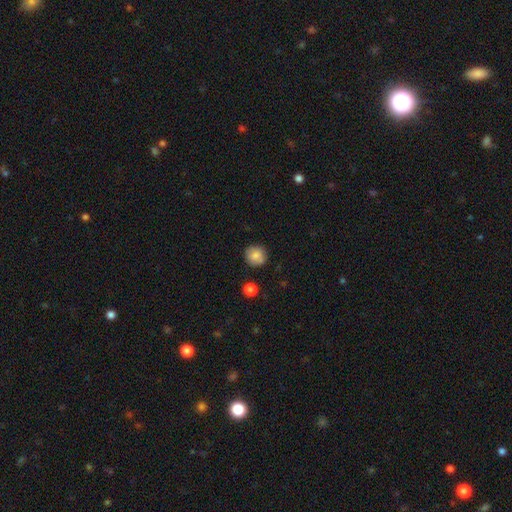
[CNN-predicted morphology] smooth-or-featured: smooth: 84% | star or artifact: 9% | featured or disk: 8%
  how-rounded: round: 89% | in between: 10% | cigar-shaped: 1%
  merging: none: 85% | minor disturbance: 10% | merger: 2% | major disturbance: 2%